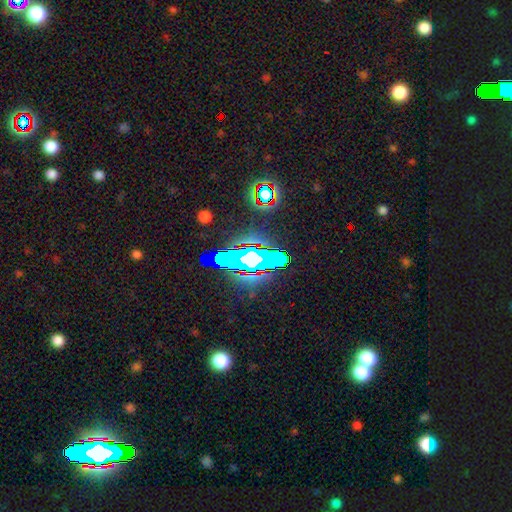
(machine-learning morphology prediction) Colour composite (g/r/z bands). It shows a star or artifact, not a galaxy (81%).